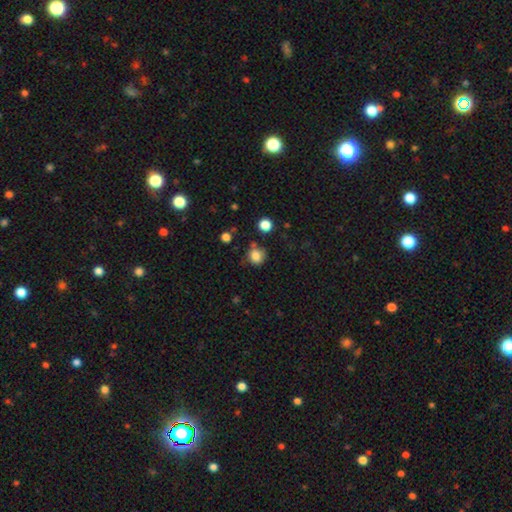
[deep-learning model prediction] A smooth galaxy with no disk features (83%) that is round (82%).

Vote fractions:
- Smooth or featured? smooth: 83% / star or artifact: 11% / featured or disk: 6%
- How rounded? round: 82% / in between: 17% / cigar-shaped: 1%
- Merging? none: 68% / minor disturbance: 18% / merger: 8% / major disturbance: 6%